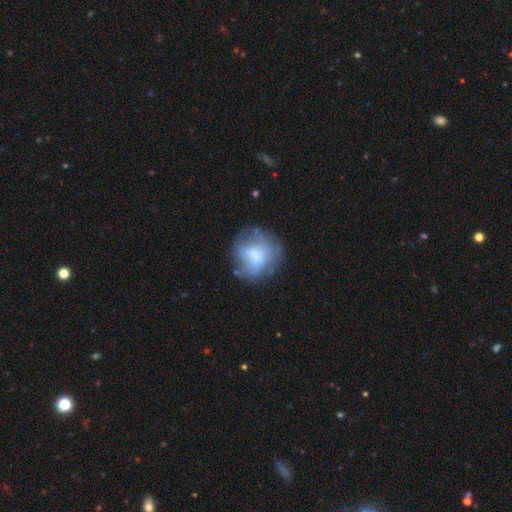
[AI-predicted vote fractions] Smooth or featured? Predicted: smooth (p=0.53). How rounded? Predicted: round (p=0.73). Merging? Predicted: none (p=0.52).